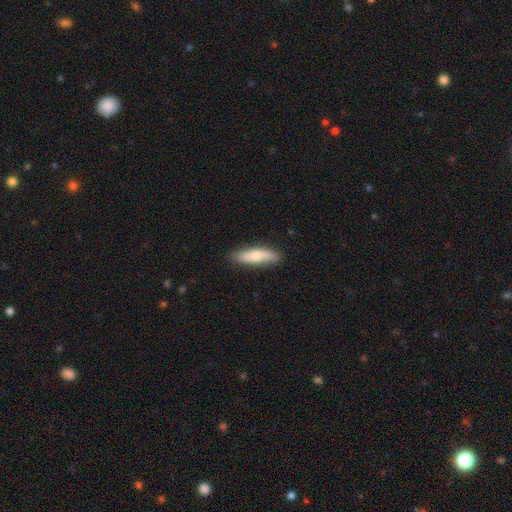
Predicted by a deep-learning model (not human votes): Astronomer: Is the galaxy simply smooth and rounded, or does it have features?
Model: smooth — 68%.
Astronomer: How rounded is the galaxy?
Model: cigar-shaped — 69%.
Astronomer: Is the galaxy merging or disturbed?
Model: none — 86%.